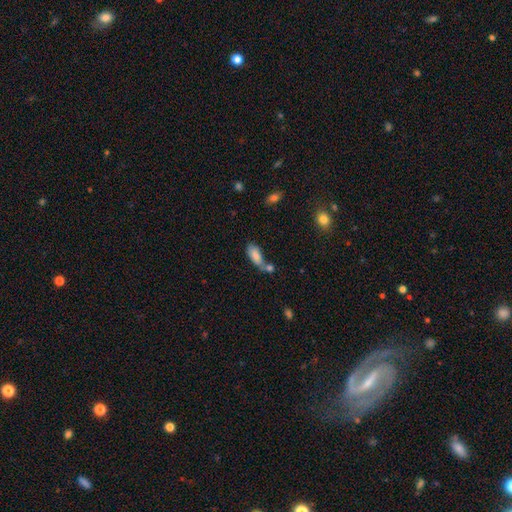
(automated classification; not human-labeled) This appears to be a smooth galaxy with no disk features (80%) that is in between round and cigar-shaped (81%). Merging: merger (40%).